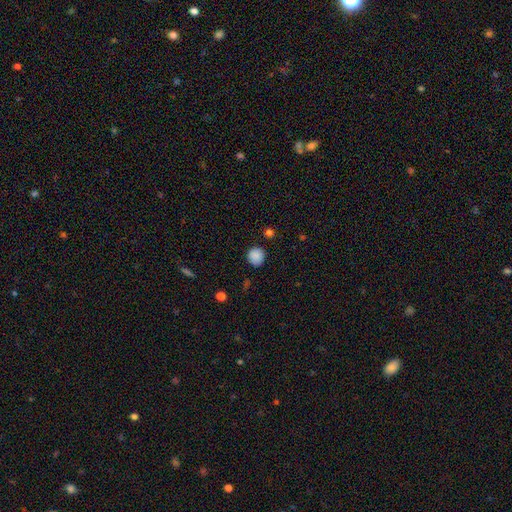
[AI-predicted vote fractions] smooth_or_featured: smooth (p=0.87) [alt: star or artifact p=0.10]
how_rounded: round (p=0.89) [alt: in between p=0.10]
merging: none (p=0.85) [alt: minor disturbance p=0.10]